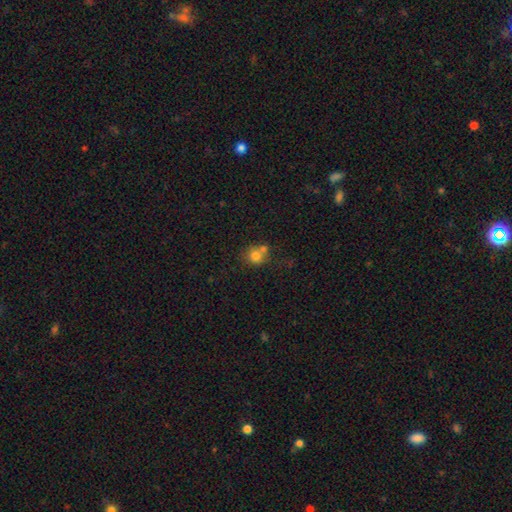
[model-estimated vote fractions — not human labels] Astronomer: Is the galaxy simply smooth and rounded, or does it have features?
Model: smooth — 78%.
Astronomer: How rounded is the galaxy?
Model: round — 83%.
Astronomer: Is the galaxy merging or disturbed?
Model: none — 47% (runner-up: merger, 38%).